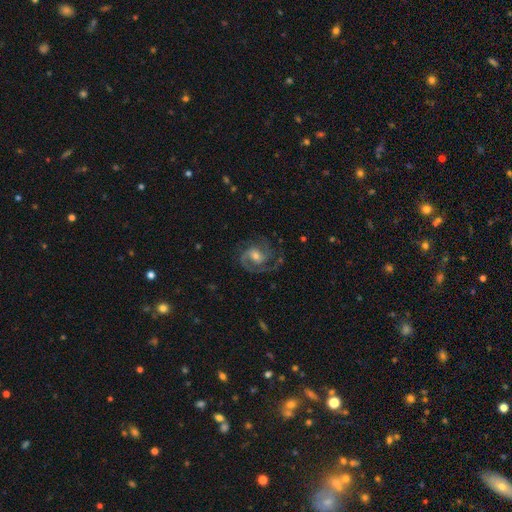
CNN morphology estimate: Smooth or featured? featured or disk (87%)
Edge-on disk? no (98%)
Bar? no (51%)
Spiral arms? yes (97%)
Spiral winding? medium (50%)
Spiral arm count? 2 (60%)
Bulge size? moderate (54%)
Merging? none (70%)